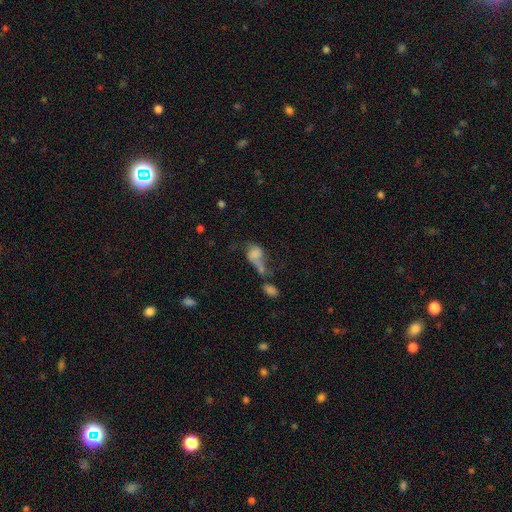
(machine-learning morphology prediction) Smooth or featured: smooth — 64% (featured or disk — 23%)
How rounded: in between — 71% (round — 26%)
Merging: merger — 47% (major disturbance — 25%)